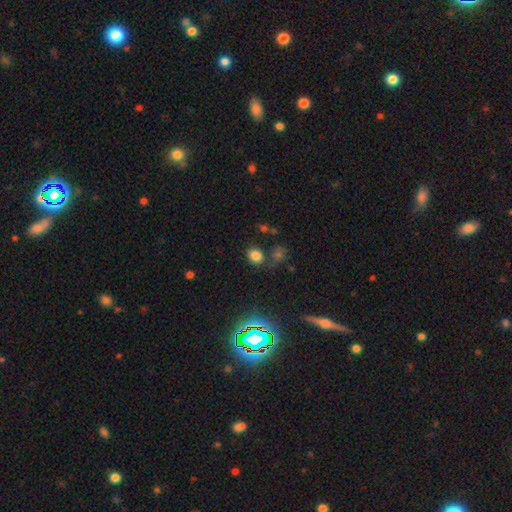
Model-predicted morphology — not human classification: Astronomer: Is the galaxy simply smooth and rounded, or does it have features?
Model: smooth — 77%.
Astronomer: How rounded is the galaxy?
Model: round — 59% (runner-up: in between, 40%).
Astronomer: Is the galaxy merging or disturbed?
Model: none — 71%.